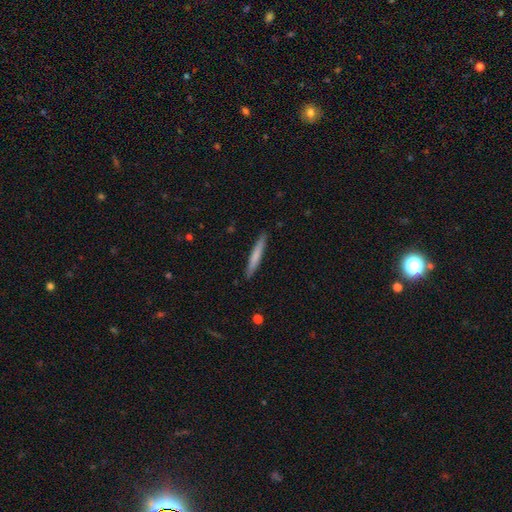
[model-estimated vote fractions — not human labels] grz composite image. It shows a smooth galaxy with no disk features (70%) that is cigar-shaped (96%). Merging: none (90%).